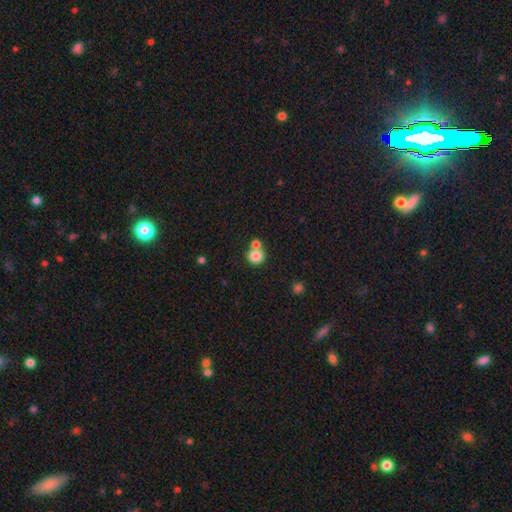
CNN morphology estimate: Overall: smooth (82%). How rounded: round (84%). Merging: none (54%; merger 34%).